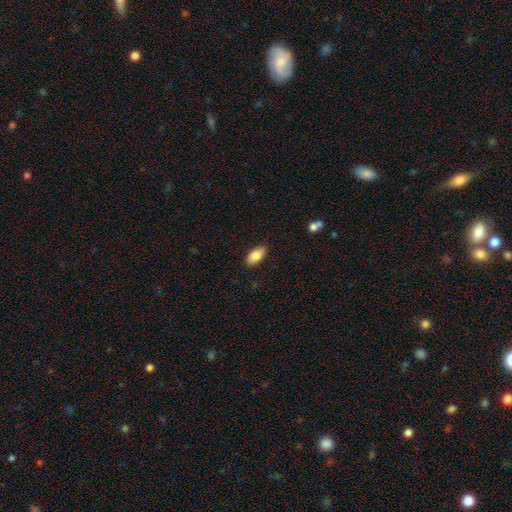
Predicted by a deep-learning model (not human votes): Smooth or featured? smooth (84%)
How rounded? in between (92%)
Merging? none (89%)